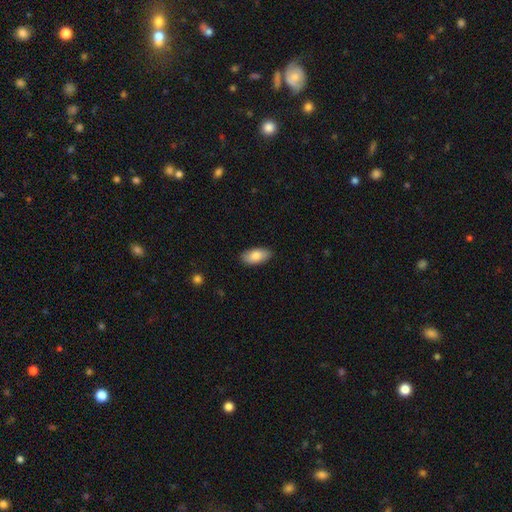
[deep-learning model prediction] Q: Smooth or featured?
A: smooth (83%); runner-up: featured or disk (11%)
Q: How rounded?
A: in between (93%); runner-up: cigar-shaped (5%)
Q: Merging?
A: none (87%); runner-up: minor disturbance (10%)